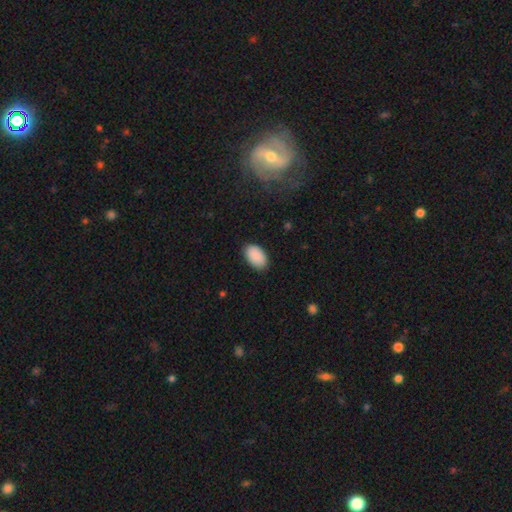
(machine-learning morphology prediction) Smooth or featured? smooth (90%)
How rounded? in between (94%)
Merging? none (86%)